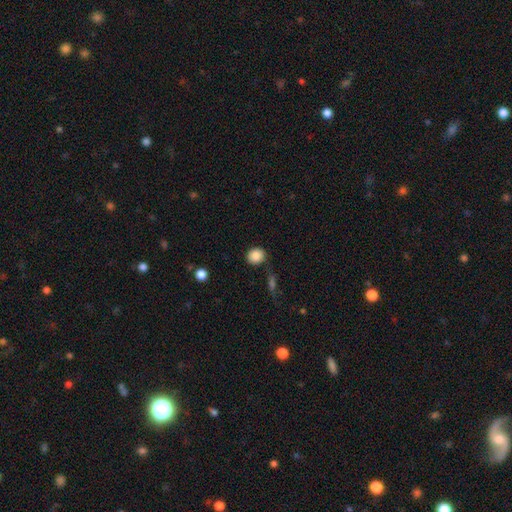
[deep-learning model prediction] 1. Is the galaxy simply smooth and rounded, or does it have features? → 87% smooth, 9% star or artifact, 4% featured or disk.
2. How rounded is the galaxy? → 79% round, 20% in between, 1% cigar-shaped.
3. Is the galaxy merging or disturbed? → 83% none, 11% minor disturbance, 3% merger, 3% major disturbance.